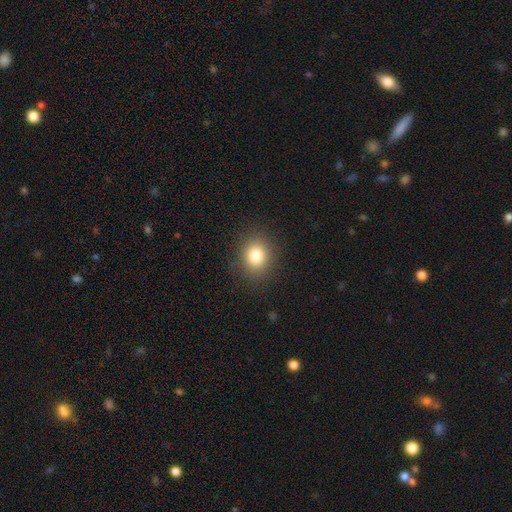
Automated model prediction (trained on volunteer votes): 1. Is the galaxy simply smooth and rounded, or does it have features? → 81% smooth, 12% star or artifact, 7% featured or disk.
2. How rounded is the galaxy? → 63% round, 37% in between, 1% cigar-shaped.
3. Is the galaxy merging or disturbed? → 88% none, 8% minor disturbance, 3% major disturbance, 1% merger.